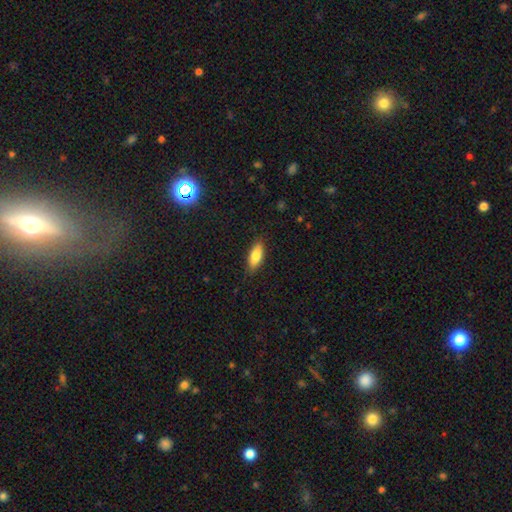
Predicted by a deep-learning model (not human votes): Morphology: type=smooth (81%); roundness=in between (77%); merging=none (84%).